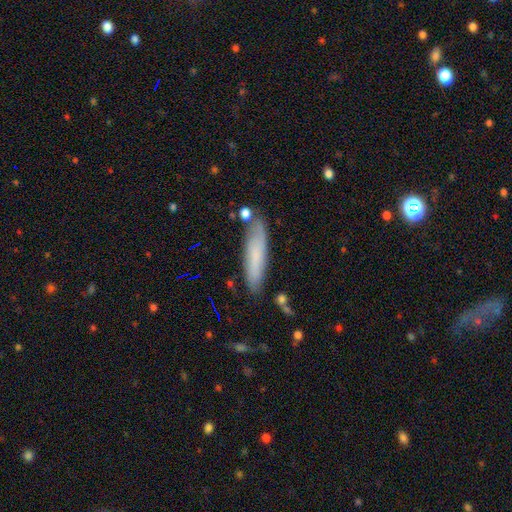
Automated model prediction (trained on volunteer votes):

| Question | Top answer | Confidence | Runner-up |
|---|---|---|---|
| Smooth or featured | smooth | 70% | featured or disk (22%) |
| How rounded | cigar-shaped | 79% | in between (19%) |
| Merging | none | 79% | minor disturbance (15%) |